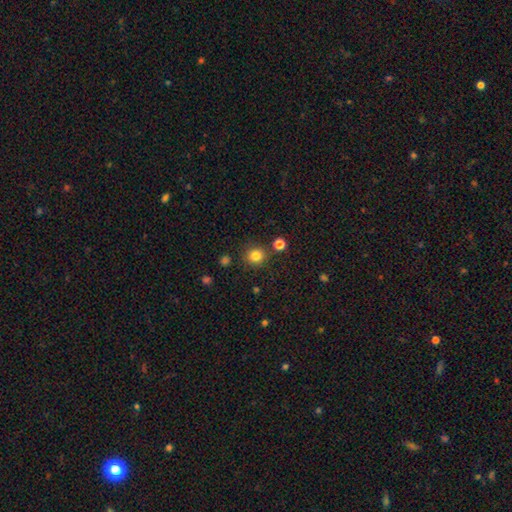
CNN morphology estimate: The model was most divided on "smooth or featured": smooth: 82%, star or artifact: 13%, featured or disk: 5%. More confident: how rounded — round (91%); merging — none (84%).